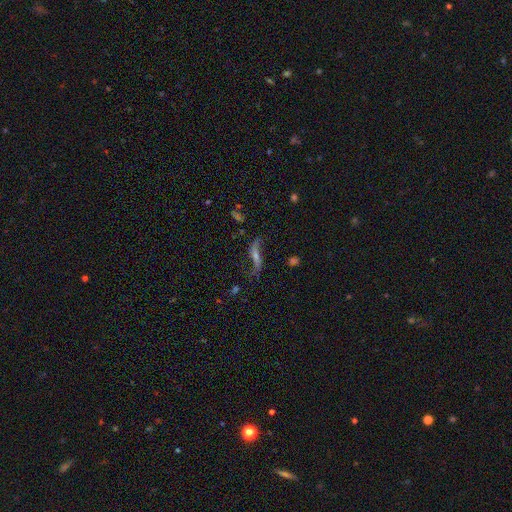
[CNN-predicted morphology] A featured or disk galaxy (75%) with no bar (43%), 2 (90%) loose (90%) spiral arms (90%) and a small central bulge (49%).

Vote fractions:
- Smooth or featured? featured or disk: 75% / smooth: 14% / star or artifact: 11%
- Edge-on disk? no: 75% / yes: 25%
- Bar? no: 43% / weak: 33% / strong: 24%
- Spiral arms? yes: 90% / no: 10%
- Spiral winding? loose: 90% / medium: 7% / tight: 3%
- Spiral arm count? 2: 90% / 1: 4% / can't tell: 3% / 3: 1% / 4: 1% / more than 4: 1%
- Bulge size? small: 49% / moderate: 34% / none: 12% / large: 4% / dominant: 2%
- Merging? none: 68% / minor disturbance: 17% / major disturbance: 12% / merger: 3%